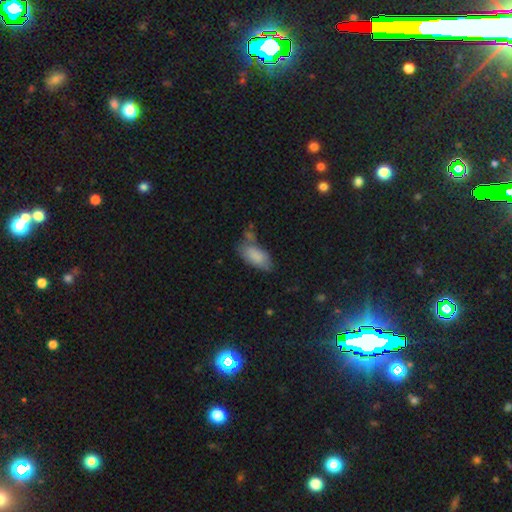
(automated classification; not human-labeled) This appears to be a smooth galaxy with no disk features (84%) that is in between round and cigar-shaped (92%). Merging: none (48%).